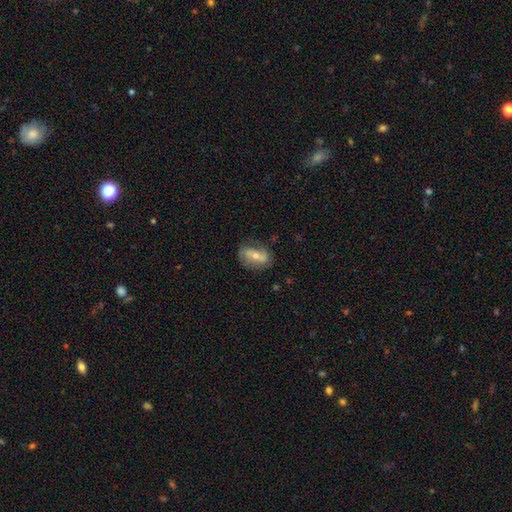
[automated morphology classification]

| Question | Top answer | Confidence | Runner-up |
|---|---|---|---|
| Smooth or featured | featured or disk | 67% | smooth (23%) |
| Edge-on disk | no | 94% | yes (6%) |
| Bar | no | 40% | weak (36%) |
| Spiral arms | yes | 84% | no (16%) |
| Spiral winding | medium | 38% | loose (34%) |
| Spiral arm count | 2 | 76% | can't tell (14%) |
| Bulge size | moderate | 51% | small (45%) |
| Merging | none | 73% | minor disturbance (19%) |